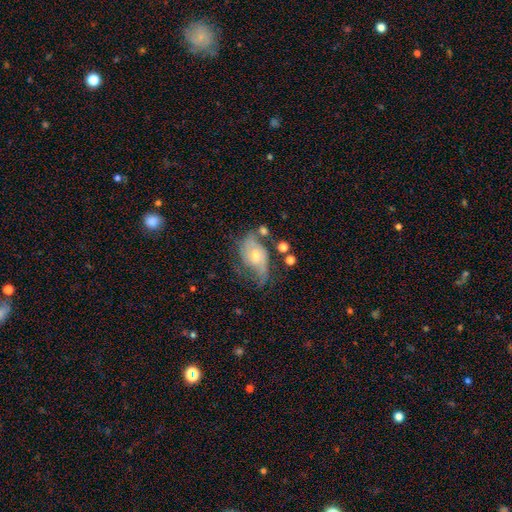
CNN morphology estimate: type=featured or disk (70%); edge-on=no (96%); bar=no (71%); spiral arms=yes (85%); winding=medium (40%); arm count=2 (53%); bulge=small (55%); merging=none (41%).